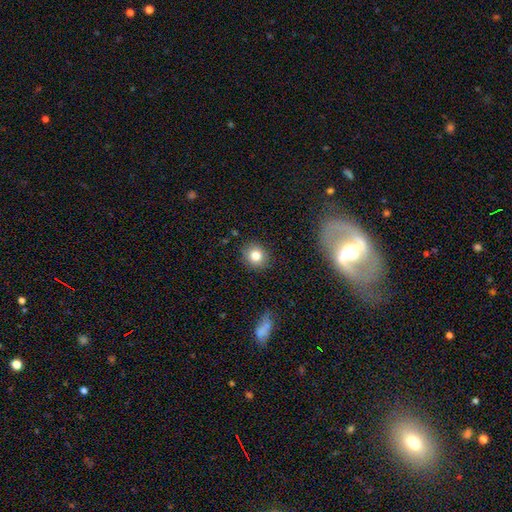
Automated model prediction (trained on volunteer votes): smooth-or-featured: smooth: 81% | star or artifact: 11% | featured or disk: 8%
  how-rounded: round: 84% | in between: 15% | cigar-shaped: 1%
  merging: none: 88% | minor disturbance: 8% | major disturbance: 2% | merger: 1%